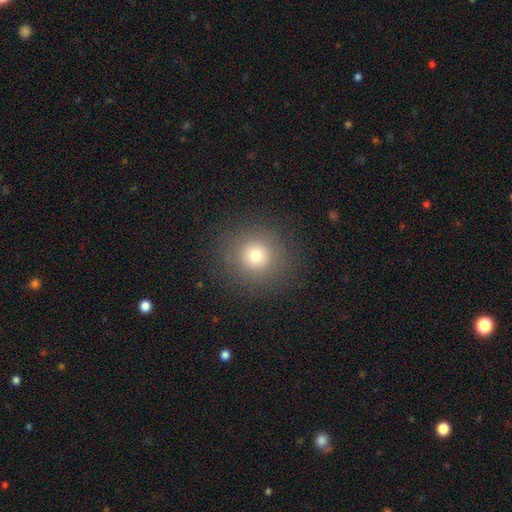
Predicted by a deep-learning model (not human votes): Smooth or featured: smooth — 75% (star or artifact — 15%)
How rounded: round — 92% (in between — 7%)
Merging: none — 89% (minor disturbance — 7%)